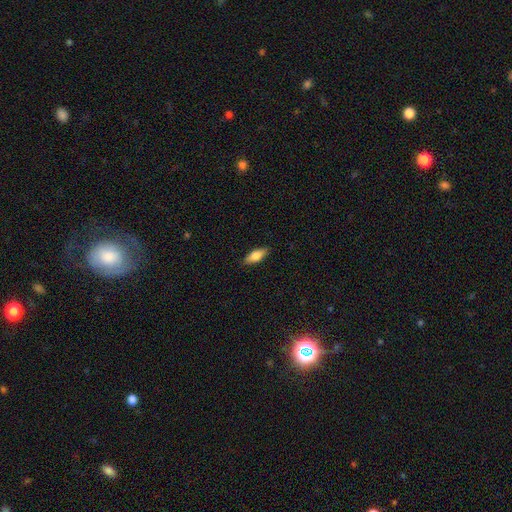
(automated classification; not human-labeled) Smooth or featured? smooth (74%)
How rounded? in between (71%)
Merging? none (88%)